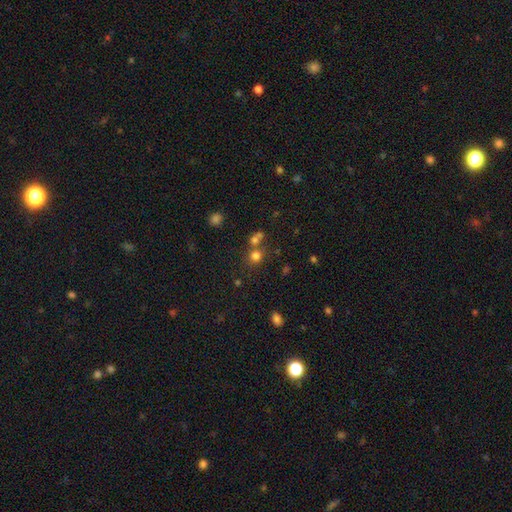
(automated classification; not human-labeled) smooth-or-featured: smooth: 74% | star or artifact: 18% | featured or disk: 8%
  how-rounded: round: 83% | in between: 16% | cigar-shaped: 1%
  merging: none: 58% | merger: 29% | minor disturbance: 8% | major disturbance: 4%